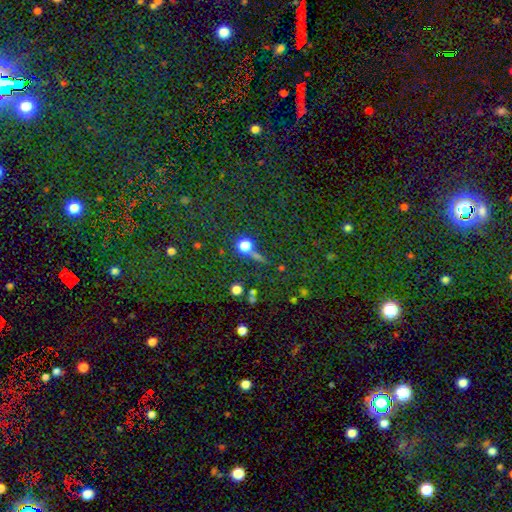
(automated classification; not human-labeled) A star or artifact, not a galaxy (48%).